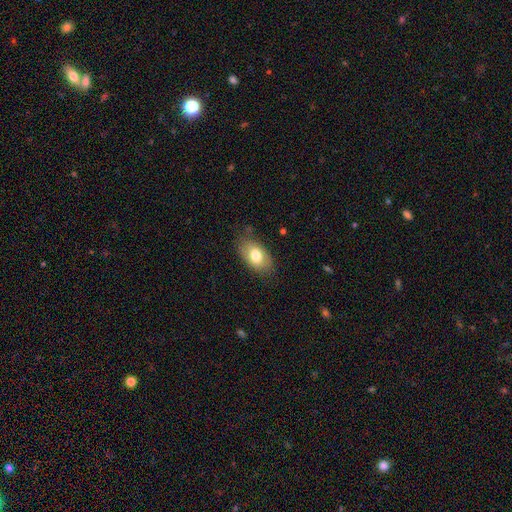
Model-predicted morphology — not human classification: This appears to be a smooth galaxy with no disk features (75%) that is in between round and cigar-shaped (91%). Merging: none (77%).